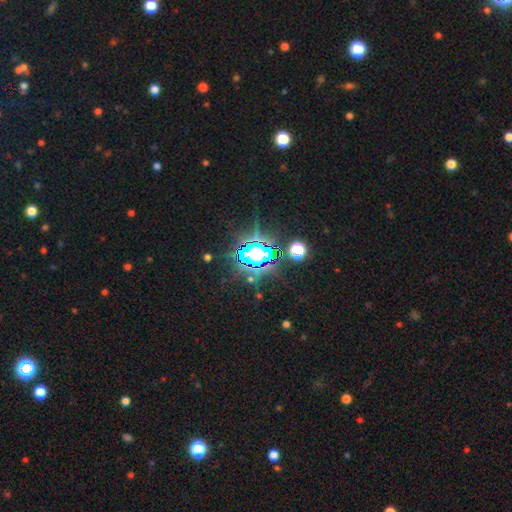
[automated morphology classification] Overall: star or artifact (80%).